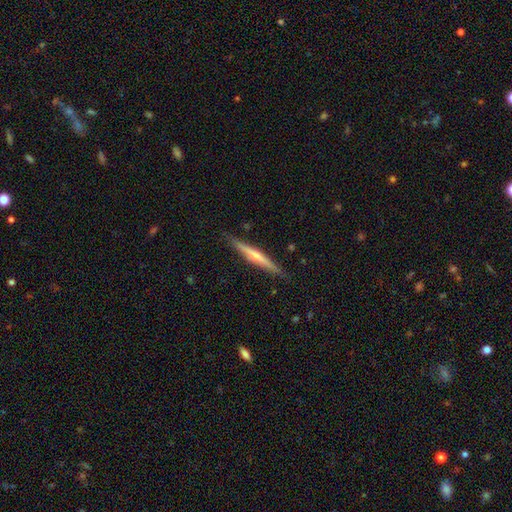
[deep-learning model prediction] A featured or disk galaxy (69%) viewed edge-on (97%) with a rounded central bulge (77%).

Vote fractions:
- Smooth or featured? featured or disk: 69% / smooth: 25% / star or artifact: 6%
- Edge-on disk? yes: 97% / no: 3%
- Edge-on bulge? rounded: 77% / none: 19% / boxy: 4%
- Merging? none: 89% / minor disturbance: 8% / major disturbance: 1% / merger: 1%